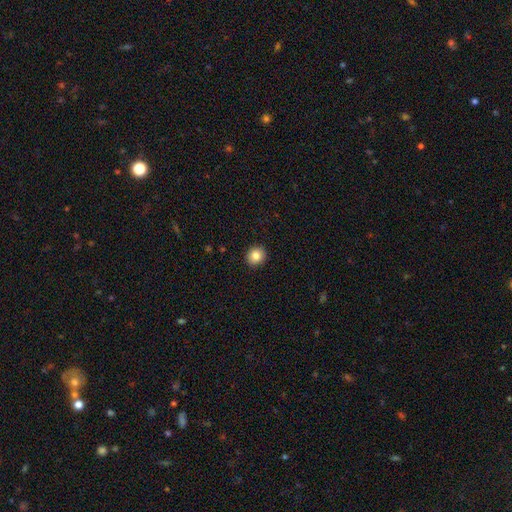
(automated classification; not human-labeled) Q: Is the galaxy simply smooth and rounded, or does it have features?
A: smooth — 85%.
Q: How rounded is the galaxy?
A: round — 82%.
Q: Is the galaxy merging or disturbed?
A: none — 92%.